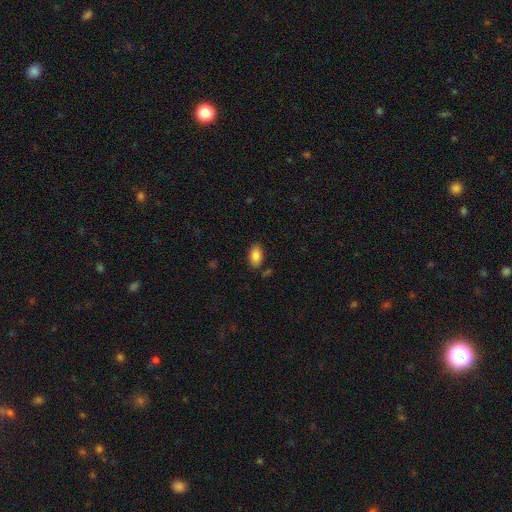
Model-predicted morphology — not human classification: A smooth galaxy with no disk features (86%) that is in between round and cigar-shaped (92%).

Vote fractions:
- Smooth or featured? smooth: 86% / star or artifact: 8% / featured or disk: 6%
- How rounded? in between: 92% / round: 5% / cigar-shaped: 2%
- Merging? none: 83% / minor disturbance: 12% / major disturbance: 3% / merger: 3%